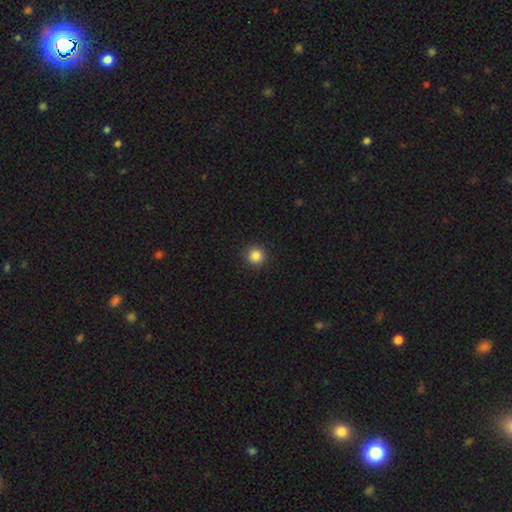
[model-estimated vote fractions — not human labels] Smooth or featured? Predicted: smooth (p=0.86). How rounded? Predicted: round (p=0.96). Merging? Predicted: none (p=0.93).